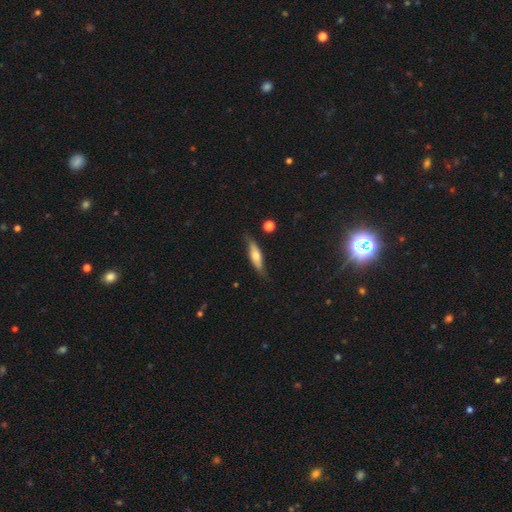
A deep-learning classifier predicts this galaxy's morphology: A smooth galaxy with no disk features (53%) that is cigar-shaped (59%).

Vote fractions:
- Smooth or featured? smooth: 53% / featured or disk: 41% / star or artifact: 6%
- How rounded? cigar-shaped: 59% / in between: 39% / round: 3%
- Merging? none: 73% / minor disturbance: 20% / major disturbance: 4% / merger: 2%